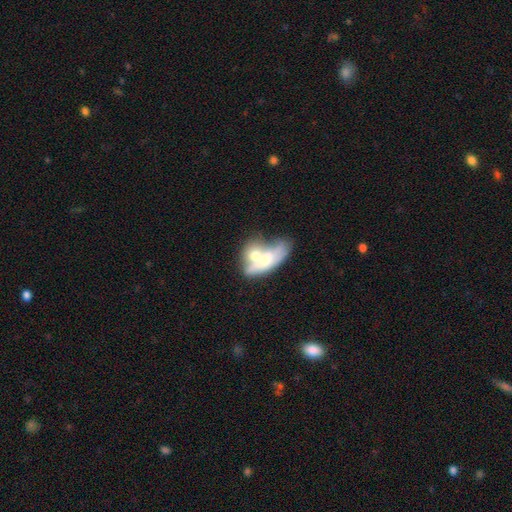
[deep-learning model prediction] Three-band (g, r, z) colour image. It shows a featured or disk galaxy (47%). Merging: merger (65%).